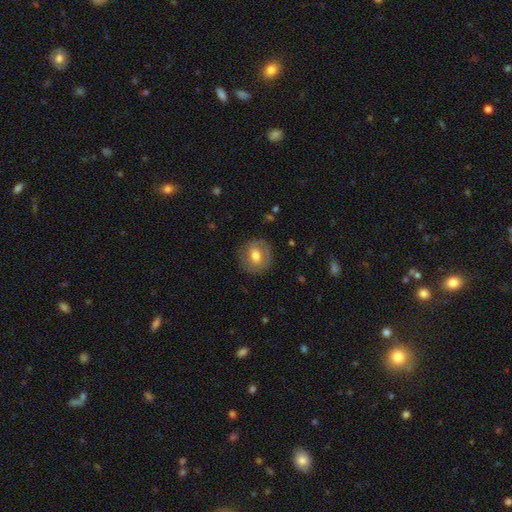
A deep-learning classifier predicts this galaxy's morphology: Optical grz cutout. It shows a smooth galaxy with no disk features (59%) that is round (84%). Merging: none (82%).